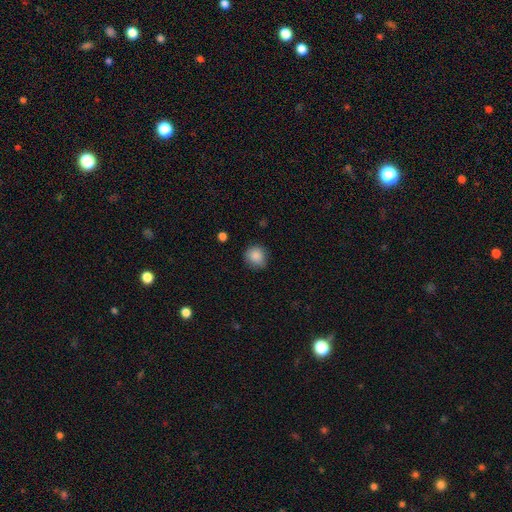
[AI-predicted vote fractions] Smooth or featured? smooth (87%)
How rounded? round (85%)
Merging? none (79%)